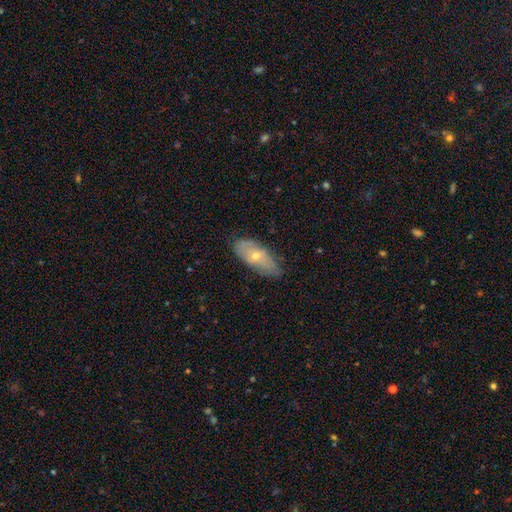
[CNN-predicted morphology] Smooth or featured? Predicted: smooth (p=0.49). Merging? Predicted: none (p=0.70).